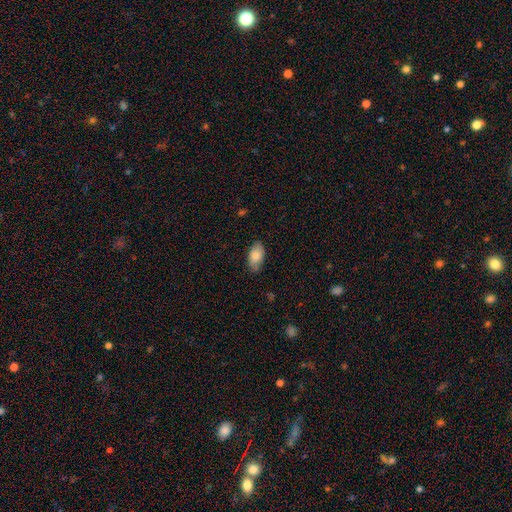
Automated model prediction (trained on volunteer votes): A smooth galaxy with no disk features (83%) that is in between round and cigar-shaped (93%).

Vote fractions:
- Smooth or featured? smooth: 83% / featured or disk: 11% / star or artifact: 6%
- How rounded? in between: 93% / round: 4% / cigar-shaped: 3%
- Merging? none: 79% / minor disturbance: 18% / major disturbance: 3% / merger: 1%